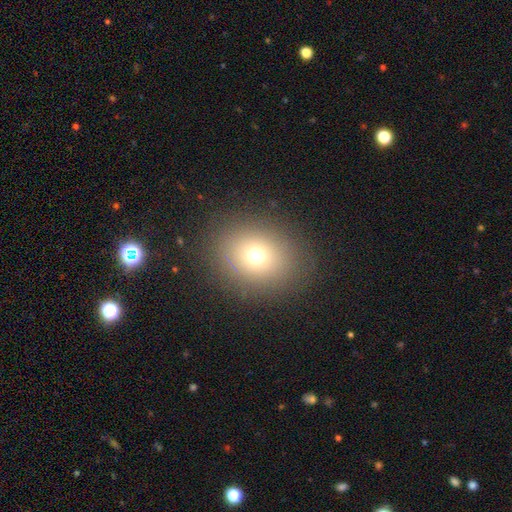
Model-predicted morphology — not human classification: A smooth galaxy with no disk features (70%) that is round (62%).

Vote fractions:
- Smooth or featured? smooth: 70% / star or artifact: 17% / featured or disk: 14%
- How rounded? round: 62% / in between: 37% / cigar-shaped: 1%
- Merging? none: 86% / minor disturbance: 8% / major disturbance: 4% / merger: 1%